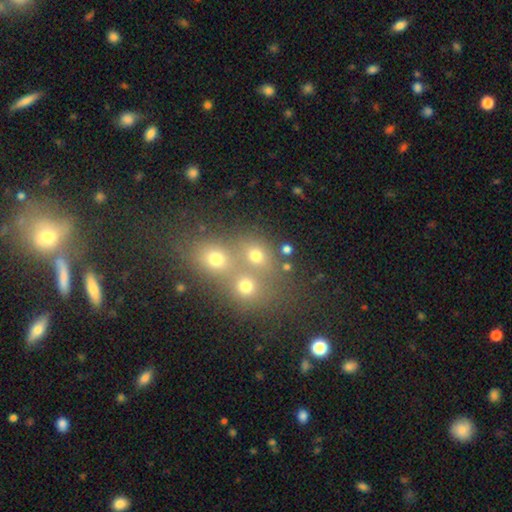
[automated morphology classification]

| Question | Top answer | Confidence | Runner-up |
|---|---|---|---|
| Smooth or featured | smooth | 70% | star or artifact (20%) |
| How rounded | round | 72% | in between (26%) |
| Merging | merger | 50% | none (40%) |